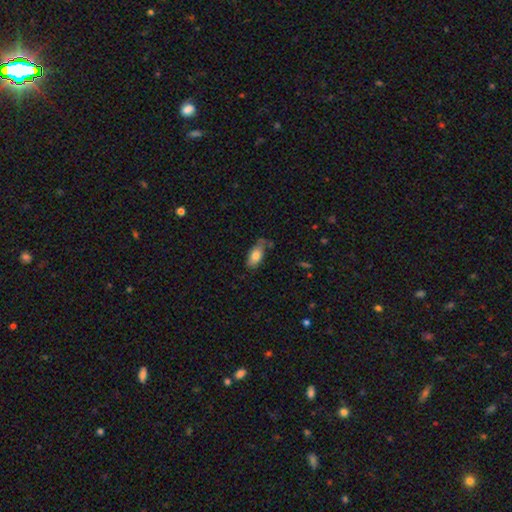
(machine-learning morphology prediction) Smooth or featured? Predicted: smooth (p=0.78). How rounded? Predicted: in between (p=0.89). Merging? Predicted: none (p=0.60).